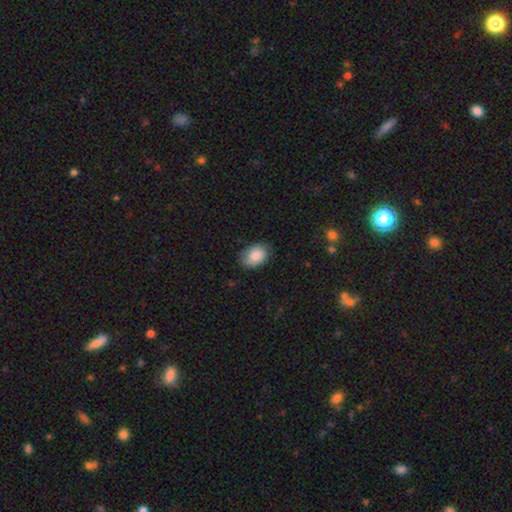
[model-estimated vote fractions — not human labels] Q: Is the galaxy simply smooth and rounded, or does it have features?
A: smooth — 84%.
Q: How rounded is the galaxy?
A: in between — 78%.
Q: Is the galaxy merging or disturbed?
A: none — 77%.